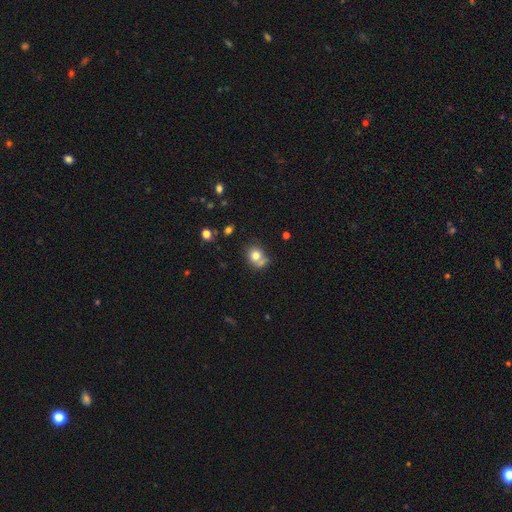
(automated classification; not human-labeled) Smooth or featured? Predicted: smooth (p=0.76). How rounded? Predicted: round (p=0.71). Merging? Predicted: none (p=0.50).